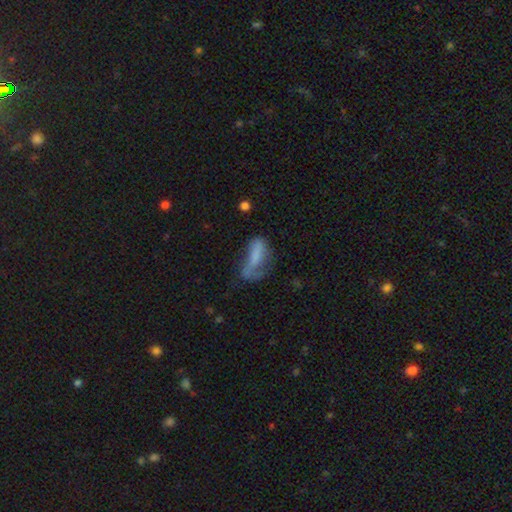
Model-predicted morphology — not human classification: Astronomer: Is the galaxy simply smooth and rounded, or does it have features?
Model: smooth — 59%.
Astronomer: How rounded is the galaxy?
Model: in between — 63%.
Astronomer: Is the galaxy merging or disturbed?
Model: major disturbance — 39% (runner-up: none, 27%).